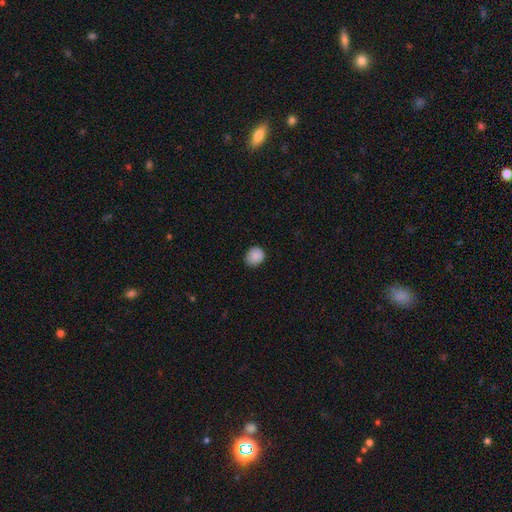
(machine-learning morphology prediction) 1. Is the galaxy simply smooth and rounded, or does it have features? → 88% smooth, 9% star or artifact, 3% featured or disk.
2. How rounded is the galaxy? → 71% round, 28% in between, 1% cigar-shaped.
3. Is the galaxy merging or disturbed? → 81% none, 16% minor disturbance, 3% major disturbance, 1% merger.